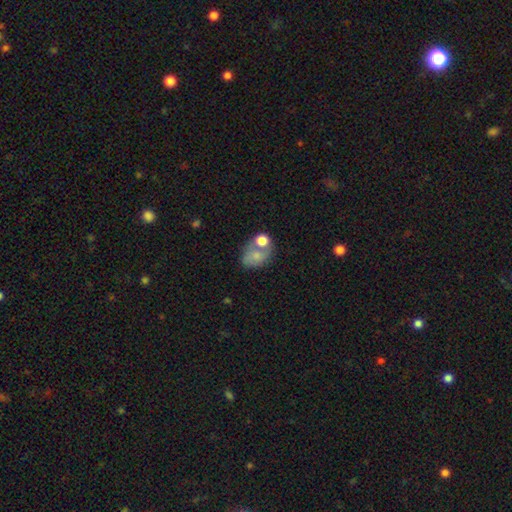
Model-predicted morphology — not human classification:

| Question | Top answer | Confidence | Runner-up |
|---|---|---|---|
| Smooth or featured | smooth | 64% | featured or disk (26%) |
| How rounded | in between | 65% | round (34%) |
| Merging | merger | 40% | none (29%) |